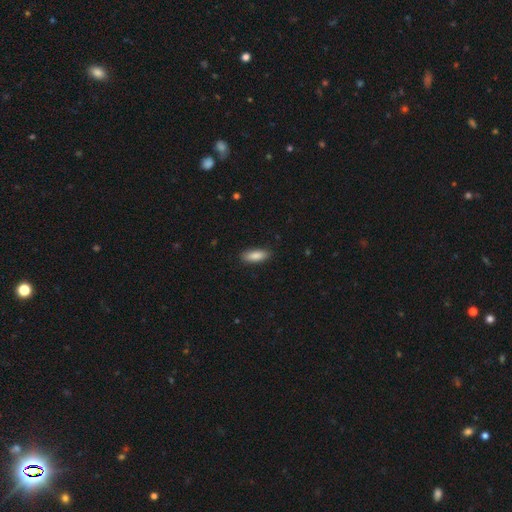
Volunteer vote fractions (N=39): A smooth galaxy with no disk features (85%) that is in between round and cigar-shaped (67%).

Vote fractions:
- Smooth or featured? smooth: 85% / featured or disk: 10% / star or artifact: 5%
- How rounded? in between: 67% / cigar-shaped: 33% / round: 0%
- Merging? none: 86% / minor disturbance: 11% / major disturbance: 3% / merger: 0%